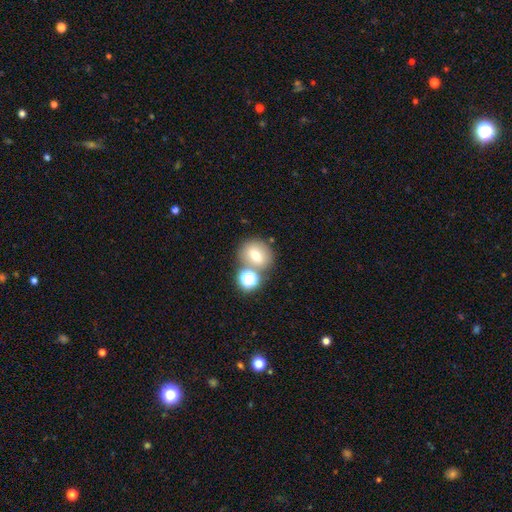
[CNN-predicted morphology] Smooth or featured: smooth — 64% (featured or disk — 20%)
How rounded: round — 70% (in between — 29%)
Merging: none — 60% (merger — 25%)